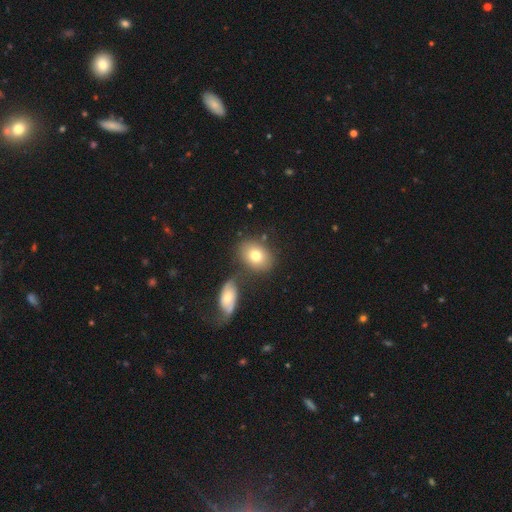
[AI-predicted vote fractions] This appears to be a smooth galaxy with no disk features (75%) that is in between round and cigar-shaped (66%). Merging: none (68%).